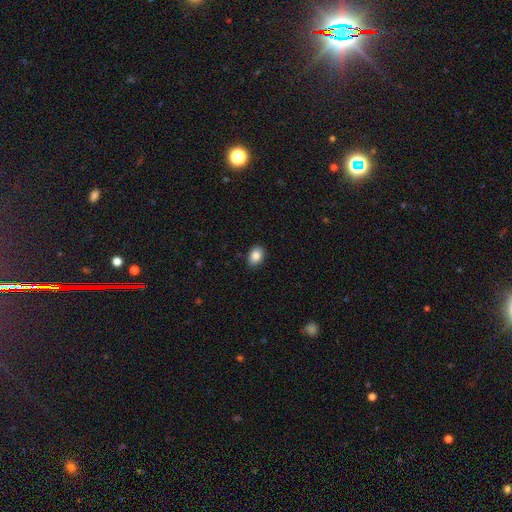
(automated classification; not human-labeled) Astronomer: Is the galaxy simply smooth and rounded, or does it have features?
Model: smooth — 87%.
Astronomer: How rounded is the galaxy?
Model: in between — 76%.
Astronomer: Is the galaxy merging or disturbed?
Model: none — 89%.